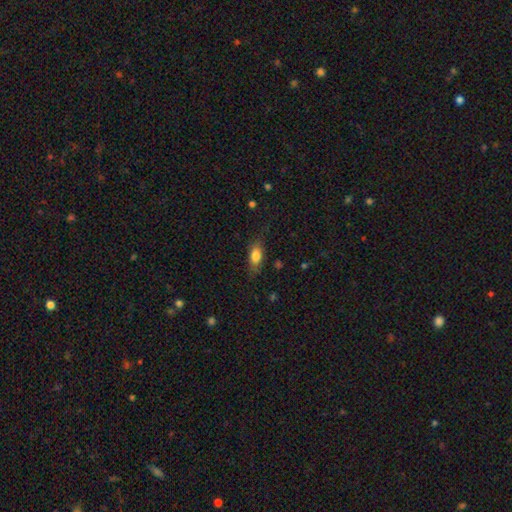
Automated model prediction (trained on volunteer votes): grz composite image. It shows a smooth galaxy with no disk features (79%) that is in between round and cigar-shaped (81%). Merging: none (74%).